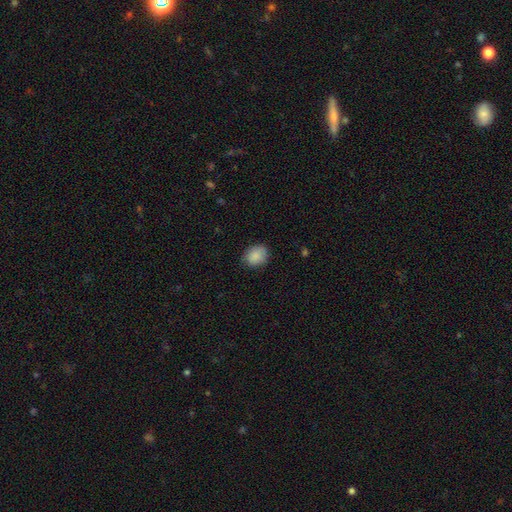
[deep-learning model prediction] Morphology: type=smooth (88%); roundness=in between (54%); merging=none (79%).